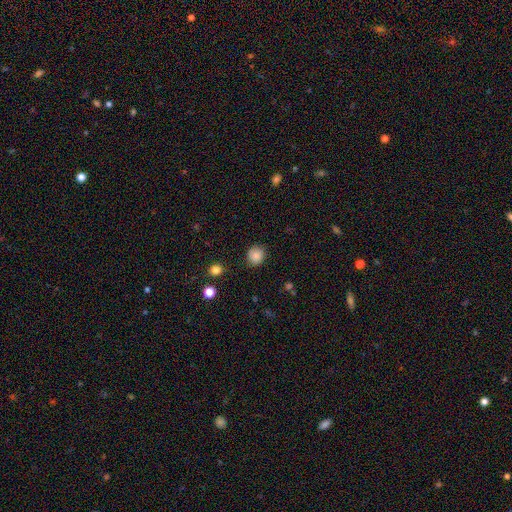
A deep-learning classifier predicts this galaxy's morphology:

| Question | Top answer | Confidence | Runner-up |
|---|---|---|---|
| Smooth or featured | smooth | 84% | star or artifact (10%) |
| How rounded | round | 84% | in between (15%) |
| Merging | none | 85% | minor disturbance (12%) |